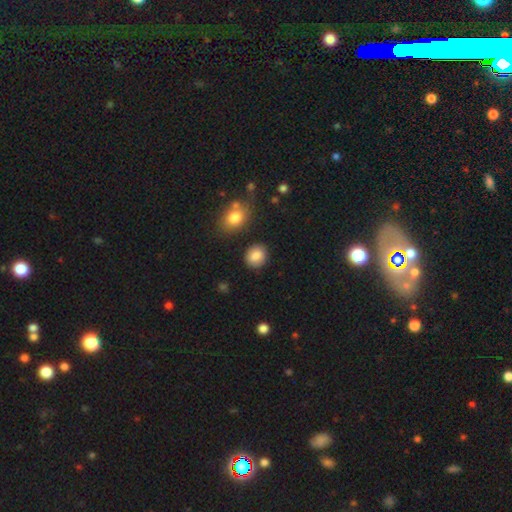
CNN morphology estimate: smooth 86%, star or artifact 8%, featured or disk 6%. Down the decision tree: how rounded — round (65%); merging — none (86%).